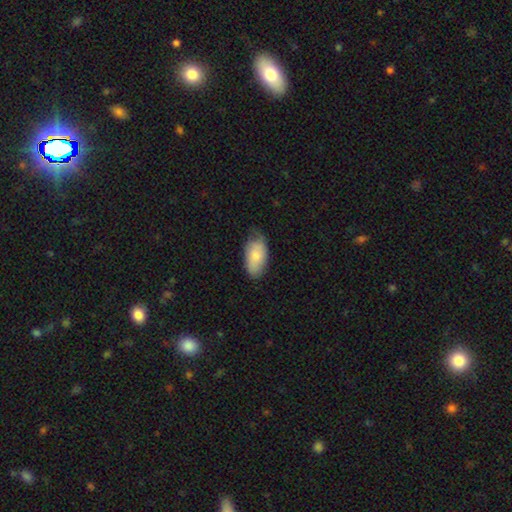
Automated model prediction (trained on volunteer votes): Smooth or featured?
  - smooth: 77% *
  - featured or disk: 17%
  - star or artifact: 6%
How rounded?
  - in between: 94% *
  - cigar-shaped: 3%
  - round: 3%
Merging?
  - none: 61% *
  - minor disturbance: 31%
  - major disturbance: 6%
  - merger: 1%